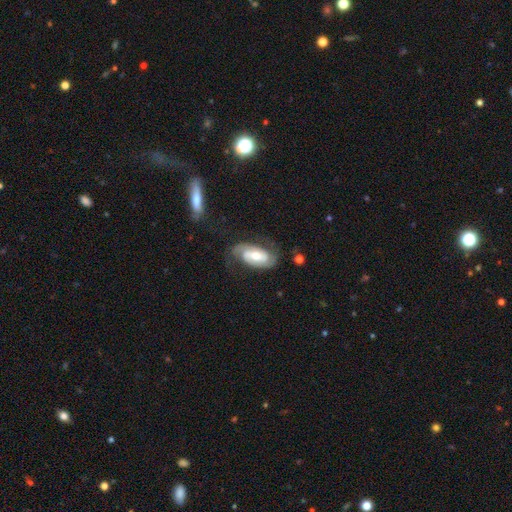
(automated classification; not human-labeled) This appears to be a featured or disk galaxy (73%) with no bar (44%), 2 (79%) medium (41%) spiral arms (90%) and a moderate central bulge (62%). Merging: none (63%).